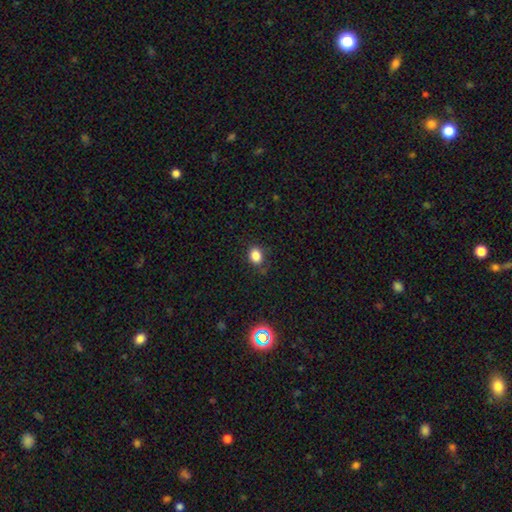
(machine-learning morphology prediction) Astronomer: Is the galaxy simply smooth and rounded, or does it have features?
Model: smooth — 84%.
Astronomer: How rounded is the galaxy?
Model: in between — 57% (runner-up: round, 42%).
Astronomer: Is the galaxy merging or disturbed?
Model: none — 81%.